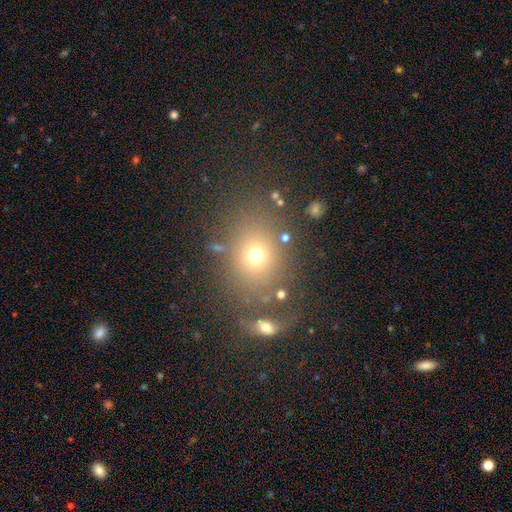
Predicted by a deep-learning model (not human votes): Smooth or featured?
  - smooth: 68% *
  - star or artifact: 19%
  - featured or disk: 13%
How rounded?
  - round: 59% *
  - in between: 40%
  - cigar-shaped: 1%
Merging?
  - none: 71% *
  - minor disturbance: 12%
  - merger: 9%
  - major disturbance: 7%